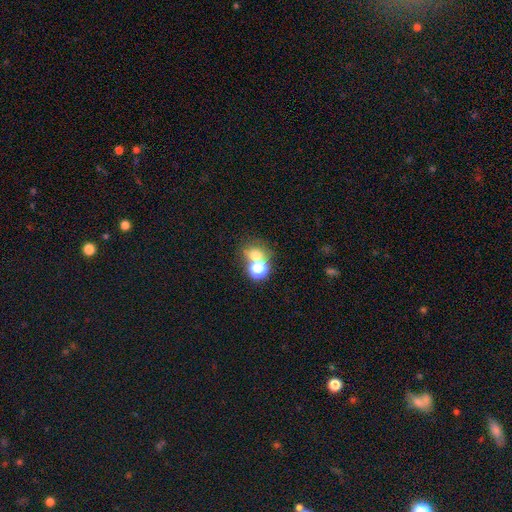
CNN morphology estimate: smooth 63%, star or artifact 25%, featured or disk 12%. Down the decision tree: how rounded — round (68%); merging — none (48%).